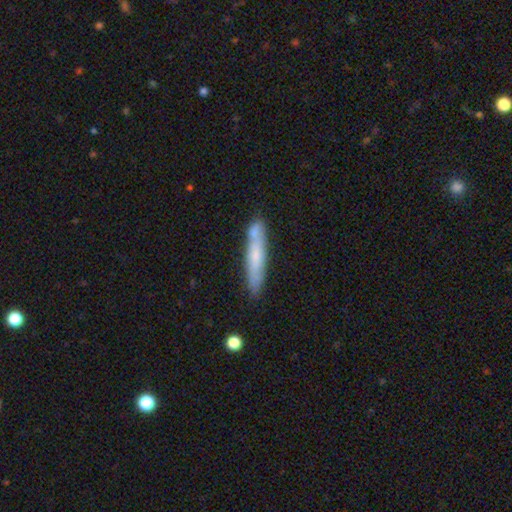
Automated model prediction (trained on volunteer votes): smooth-or-featured: smooth: 60% | featured or disk: 34% | star or artifact: 6%
  how-rounded: cigar-shaped: 91% | in between: 8% | round: 1%
  merging: none: 71% | minor disturbance: 15% | merger: 11% | major disturbance: 3%